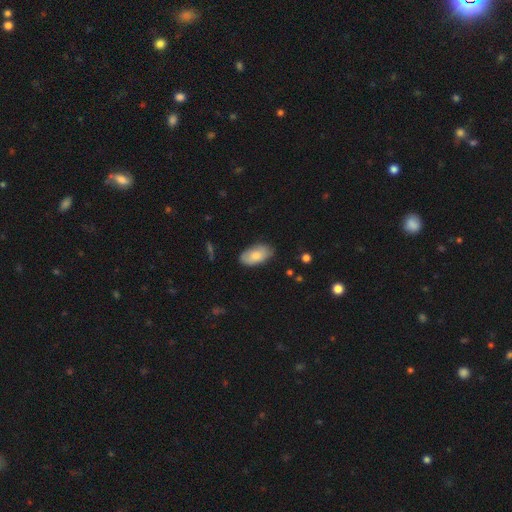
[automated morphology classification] Q: Smooth or featured?
A: smooth (81%); runner-up: featured or disk (13%)
Q: How rounded?
A: in between (95%); runner-up: round (3%)
Q: Merging?
A: none (78%); runner-up: minor disturbance (18%)